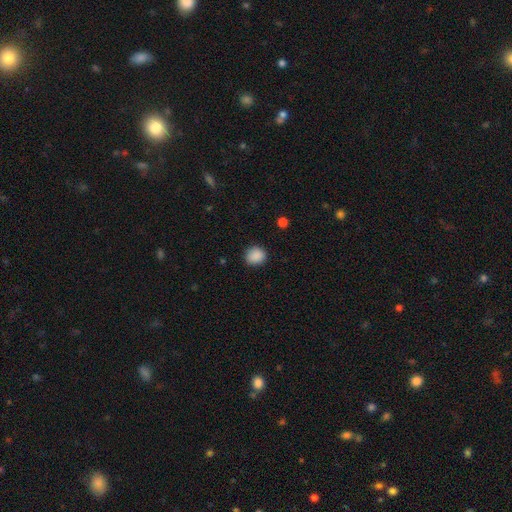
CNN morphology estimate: This is clearly a smooth galaxy (88%). How rounded: clearly round (81%). Merging: clearly none (88%).